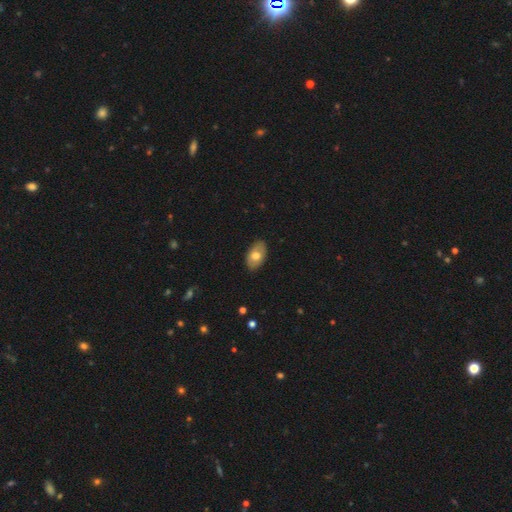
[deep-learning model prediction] A smooth galaxy with no disk features (66%) that is in between round and cigar-shaped (92%).

Vote fractions:
- Smooth or featured? smooth: 66% / featured or disk: 27% / star or artifact: 6%
- How rounded? in between: 92% / round: 7% / cigar-shaped: 1%
- Merging? none: 84% / minor disturbance: 13% / major disturbance: 2% / merger: 1%